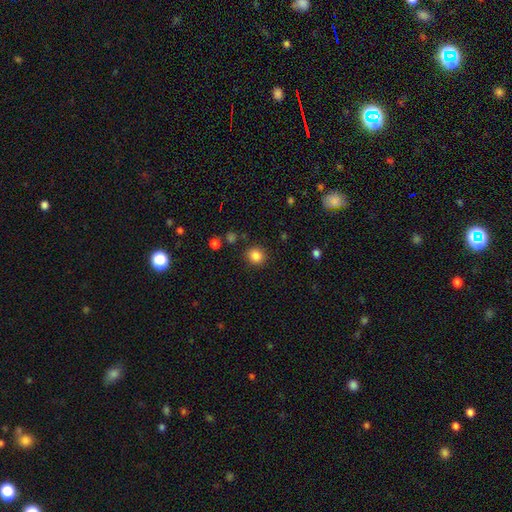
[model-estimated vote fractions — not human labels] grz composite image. It shows a smooth galaxy with no disk features (85%) that is round (82%). Merging: none (87%).